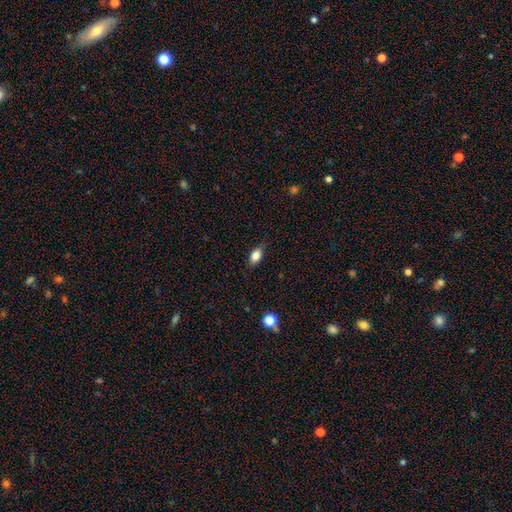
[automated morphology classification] A smooth galaxy with no disk features (82%) that is in between round and cigar-shaped (86%). Merging: none (81%).